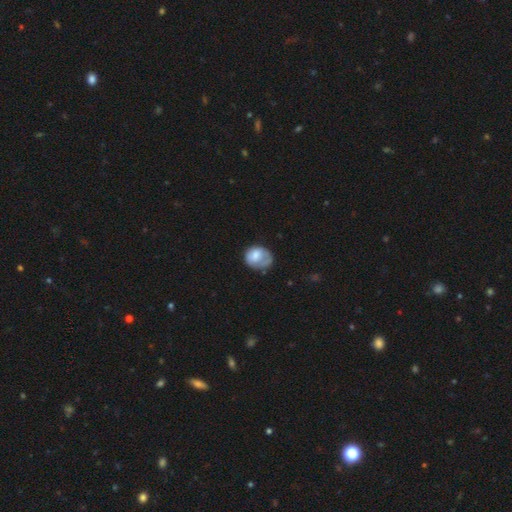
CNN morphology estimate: smooth 69%, featured or disk 23%, star or artifact 7%. Down the decision tree: how rounded — round (58%); merging — none (43%).